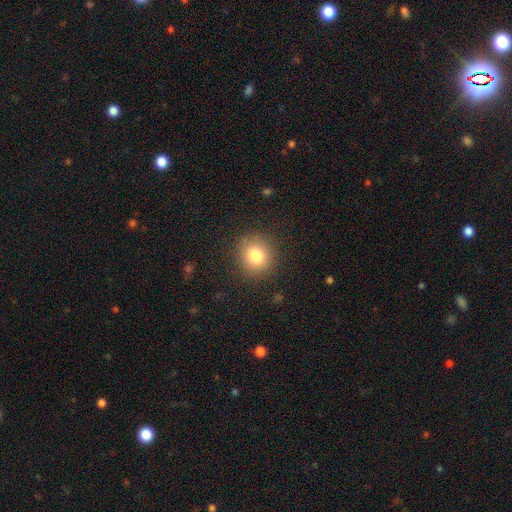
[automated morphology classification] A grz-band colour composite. It shows a smooth galaxy with no disk features (81%) that is round (87%). Merging: none (88%).